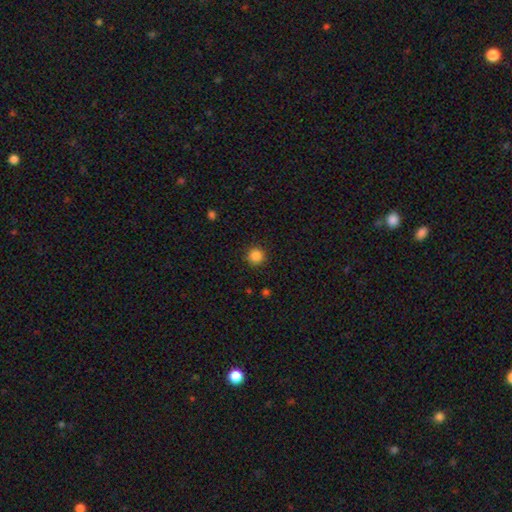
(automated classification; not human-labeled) smooth_or_featured: smooth (p=0.85) [alt: star or artifact p=0.11]
how_rounded: round (p=0.95) [alt: in between p=0.04]
merging: none (p=0.92) [alt: minor disturbance p=0.05]